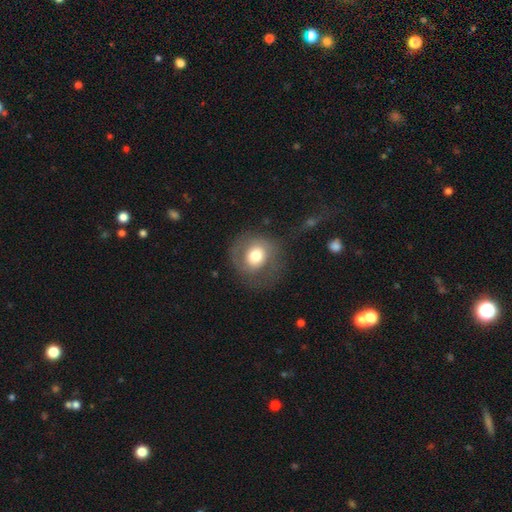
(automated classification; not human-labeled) Q: Smooth or featured?
A: smooth (60%); runner-up: featured or disk (32%)
Q: How rounded?
A: round (80%); runner-up: in between (19%)
Q: Merging?
A: none (58%); runner-up: major disturbance (20%)